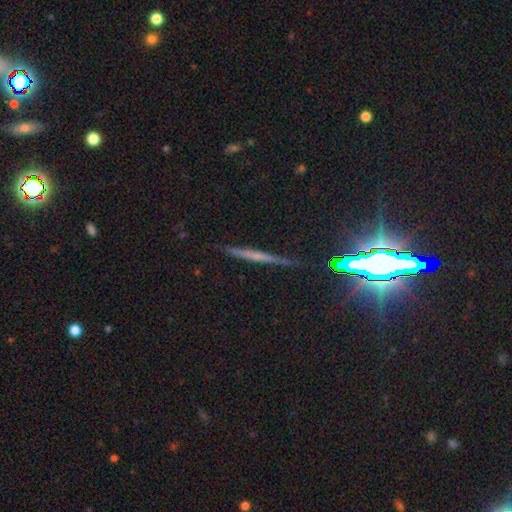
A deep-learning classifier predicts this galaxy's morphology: Smooth or featured? Predicted: featured or disk (p=0.48). Merging? Predicted: none (p=0.87).